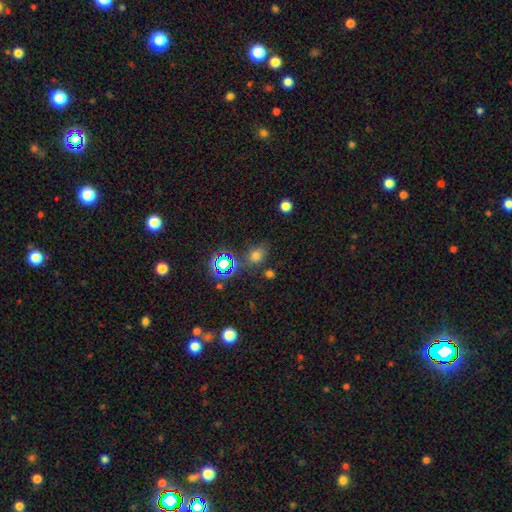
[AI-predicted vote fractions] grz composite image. It shows a smooth galaxy with no disk features (66%) that is in between round and cigar-shaped (53%). Merging: none (70%).